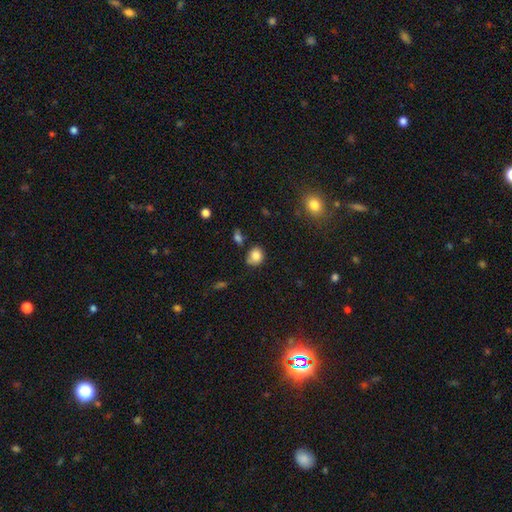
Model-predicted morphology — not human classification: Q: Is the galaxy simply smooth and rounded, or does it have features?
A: smooth — 83%.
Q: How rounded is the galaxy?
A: round — 68%.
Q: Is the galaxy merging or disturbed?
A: none — 65%.